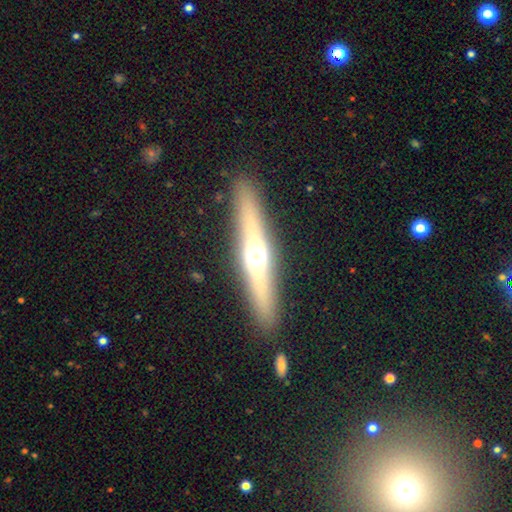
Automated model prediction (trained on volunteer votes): Smooth or featured? featured or disk (66%)
Edge-on disk? yes (96%)
Edge-on bulge? rounded (90%)
Merging? none (90%)